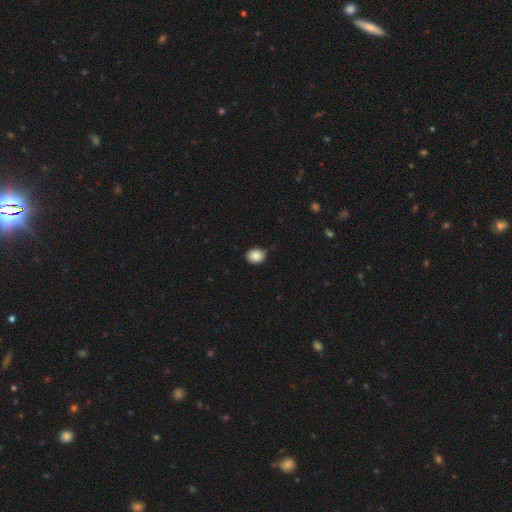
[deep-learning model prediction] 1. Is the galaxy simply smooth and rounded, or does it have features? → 87% smooth, 8% star or artifact, 4% featured or disk.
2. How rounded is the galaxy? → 56% in between, 43% round, 1% cigar-shaped.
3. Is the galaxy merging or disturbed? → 77% none, 19% minor disturbance, 3% major disturbance, 1% merger.